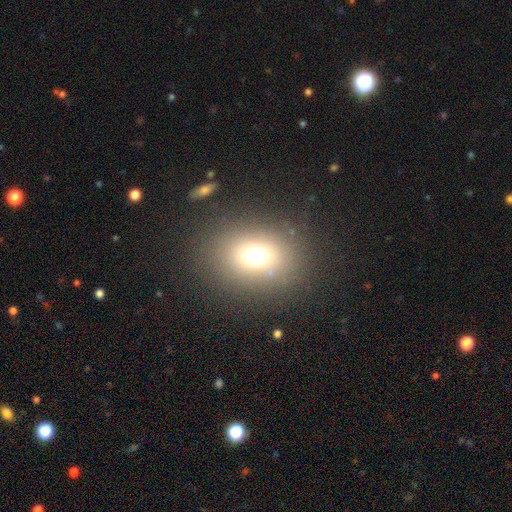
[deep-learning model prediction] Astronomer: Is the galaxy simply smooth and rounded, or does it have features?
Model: smooth — 68%.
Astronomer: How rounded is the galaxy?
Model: round — 54% (runner-up: in between, 45%).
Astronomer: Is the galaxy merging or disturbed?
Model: none — 83%.